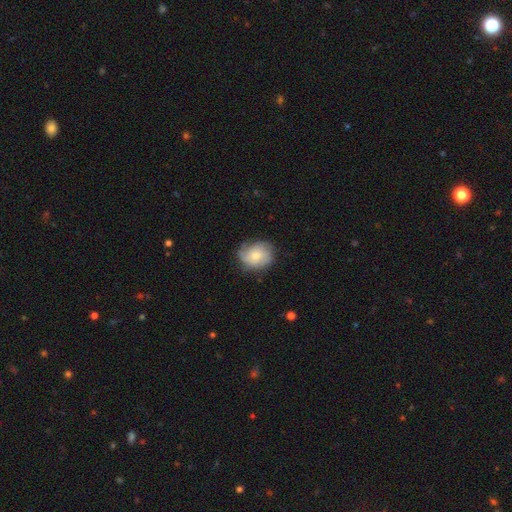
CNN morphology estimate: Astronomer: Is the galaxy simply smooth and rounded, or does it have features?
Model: smooth — 57% (runner-up: featured or disk, 36%).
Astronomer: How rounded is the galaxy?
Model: round — 60% (runner-up: in between, 39%).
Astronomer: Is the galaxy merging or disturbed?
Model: none — 63%.